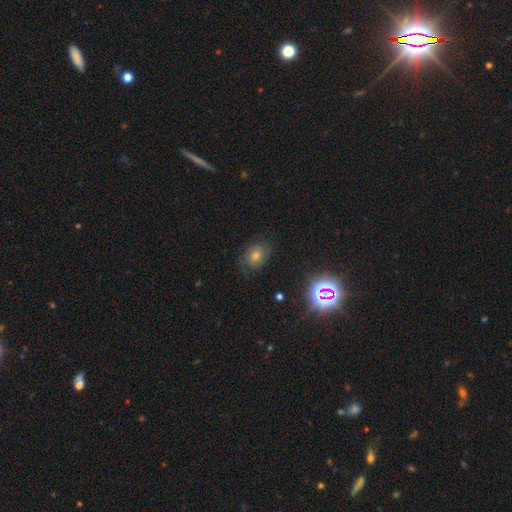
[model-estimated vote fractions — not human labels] smooth_or_featured: smooth (p=0.47) [alt: star or artifact p=0.30]
merging: none (p=0.75) [alt: minor disturbance p=0.17]